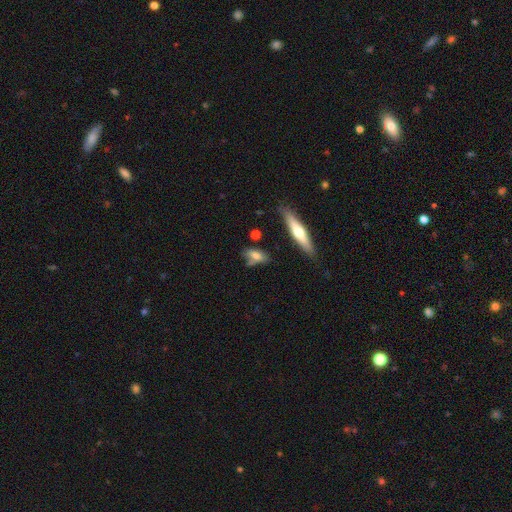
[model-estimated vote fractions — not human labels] A smooth galaxy with no disk features (65%) that is in between round and cigar-shaped (70%).

Vote fractions:
- Smooth or featured? smooth: 65% / featured or disk: 26% / star or artifact: 9%
- How rounded? in between: 70% / cigar-shaped: 22% / round: 8%
- Merging? none: 59% / minor disturbance: 24% / merger: 9% / major disturbance: 8%